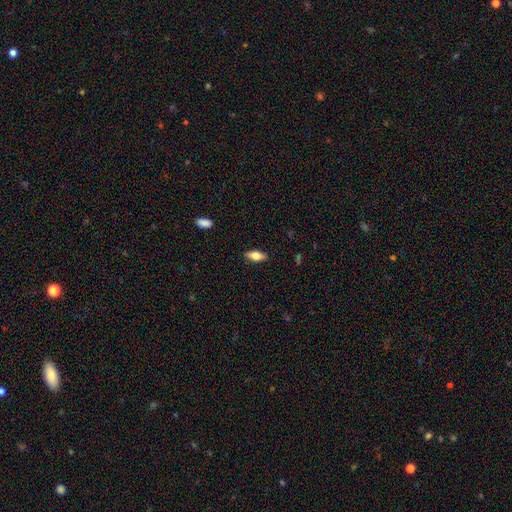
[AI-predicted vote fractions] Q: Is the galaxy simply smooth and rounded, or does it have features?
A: smooth — 74%.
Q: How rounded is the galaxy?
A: in between — 80%.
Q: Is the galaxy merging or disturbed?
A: none — 88%.